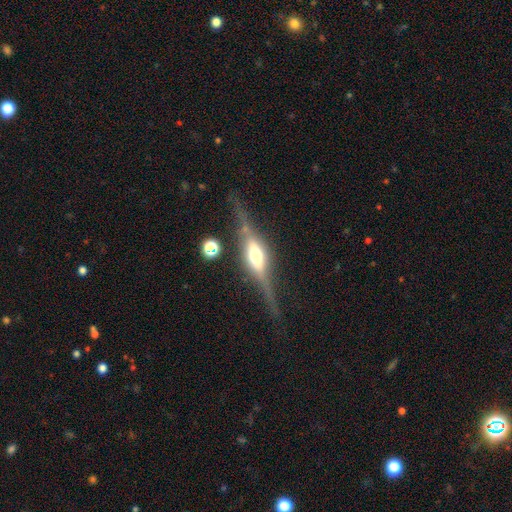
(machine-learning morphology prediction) This appears to be a featured or disk galaxy (81%) viewed edge-on (97%) with a rounded central bulge (84%). Merging: none (79%).